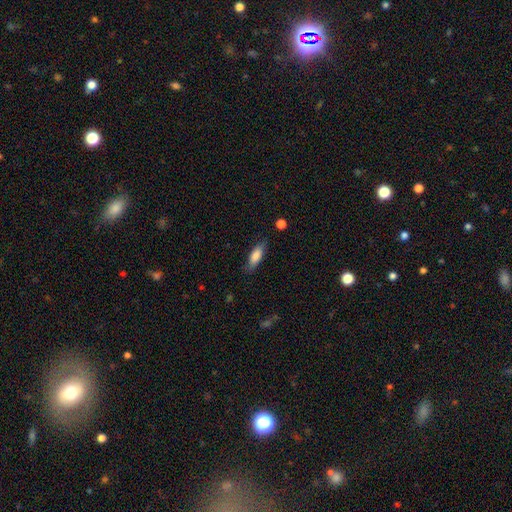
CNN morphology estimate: Smooth or featured? Predicted: smooth (p=0.80). How rounded? Predicted: in between (p=0.63). Merging? Predicted: none (p=0.78).